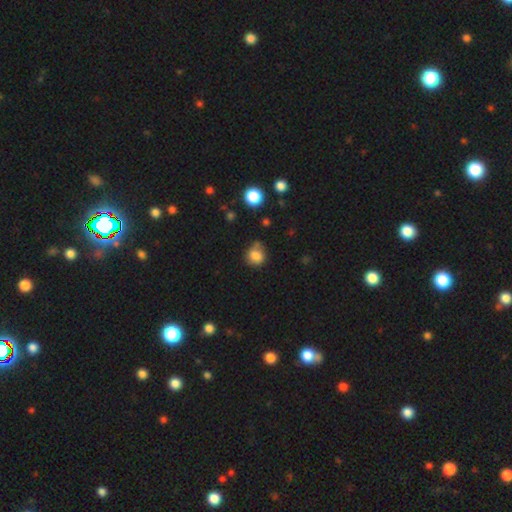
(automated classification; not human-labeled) smooth 82%, star or artifact 11%, featured or disk 7%. Down the decision tree: how rounded — round (75%); merging — none (60%).